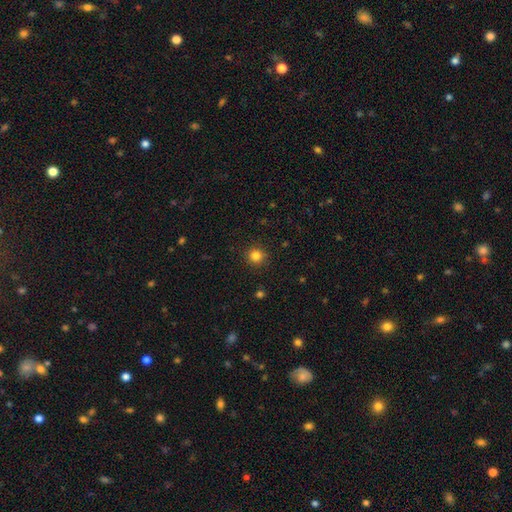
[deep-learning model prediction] Smooth or featured? Predicted: smooth (p=0.83). How rounded? Predicted: round (p=0.93). Merging? Predicted: none (p=0.91).